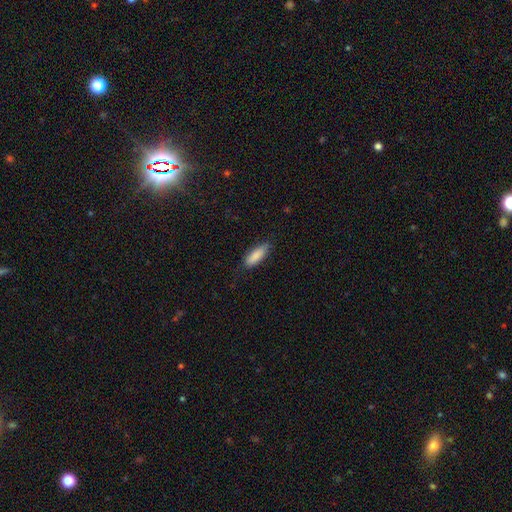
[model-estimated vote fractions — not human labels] Overall: smooth (86%). How rounded: in between (59%; cigar-shaped 39%). Merging: none (79%).